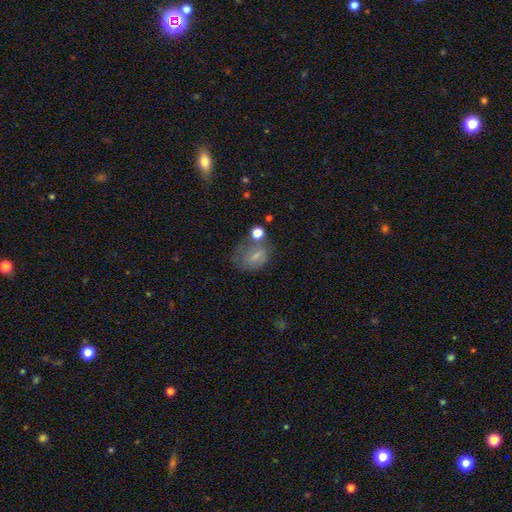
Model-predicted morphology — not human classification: smooth_or_featured: smooth (p=0.66) [alt: featured or disk p=0.21]
how_rounded: in between (p=0.68) [alt: round p=0.31]
merging: none (p=0.39) [alt: minor disturbance p=0.25]